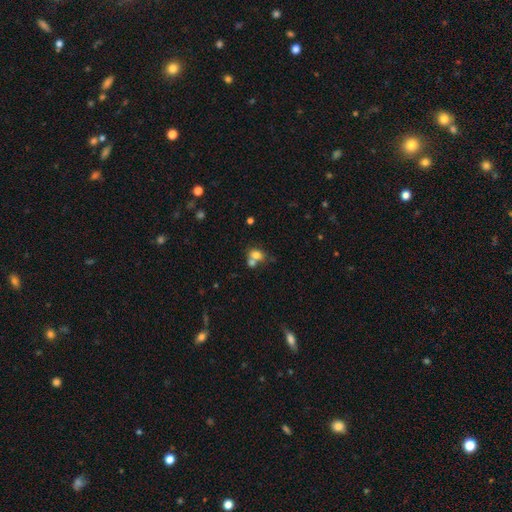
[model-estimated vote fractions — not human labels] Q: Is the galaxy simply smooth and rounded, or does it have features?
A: smooth — 74%.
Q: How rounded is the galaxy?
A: in between — 51%.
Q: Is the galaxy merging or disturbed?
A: merger — 50%.